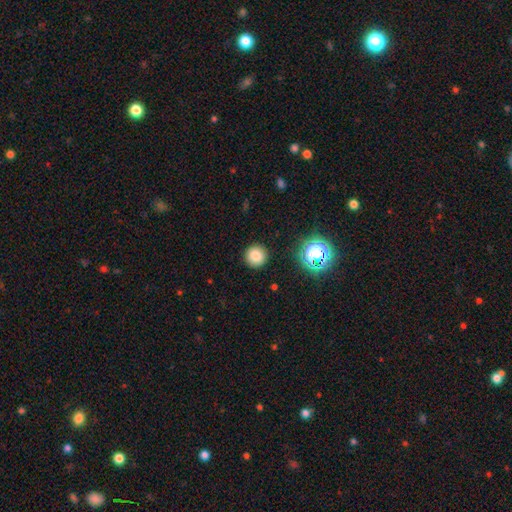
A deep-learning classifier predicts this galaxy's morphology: Overall: smooth (81%). How rounded: round (94%). Merging: none (90%).